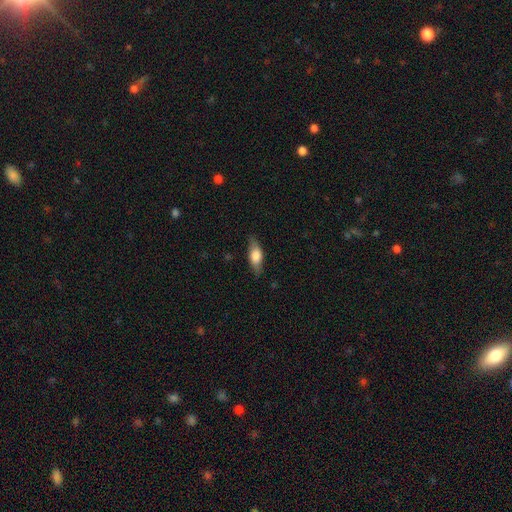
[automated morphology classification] smooth 65%, featured or disk 28%, star or artifact 6%. Down the decision tree: how rounded — in between (70%); merging — none (81%).